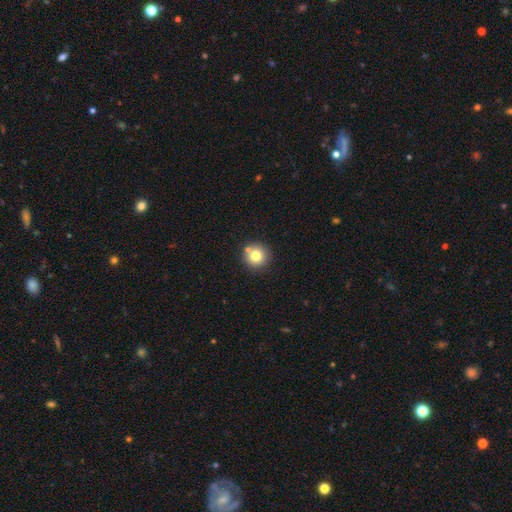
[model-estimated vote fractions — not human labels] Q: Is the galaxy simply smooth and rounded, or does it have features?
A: smooth — 76%.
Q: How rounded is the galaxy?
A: round — 94%.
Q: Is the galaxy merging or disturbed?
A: none — 76%.